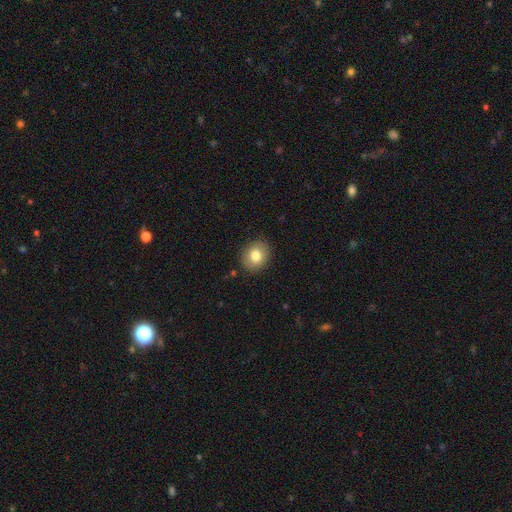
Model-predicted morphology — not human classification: smooth-or-featured: smooth: 80% | featured or disk: 11% | star or artifact: 9%
  how-rounded: round: 62% | in between: 38% | cigar-shaped: 1%
  merging: none: 88% | minor disturbance: 8% | major disturbance: 2% | merger: 1%